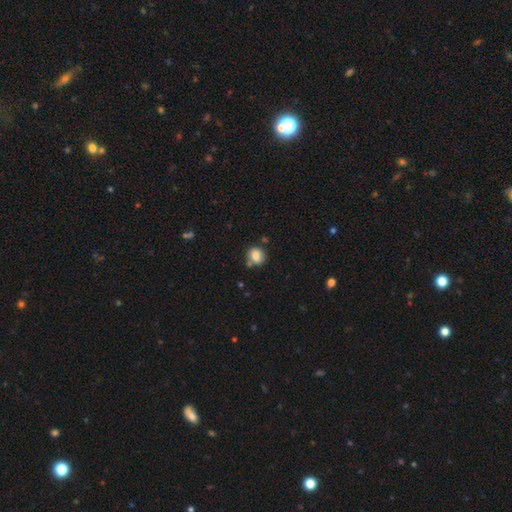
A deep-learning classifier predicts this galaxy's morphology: Q: Smooth or featured?
A: smooth (79%); runner-up: featured or disk (11%)
Q: How rounded?
A: round (85%); runner-up: in between (14%)
Q: Merging?
A: none (69%); runner-up: minor disturbance (15%)